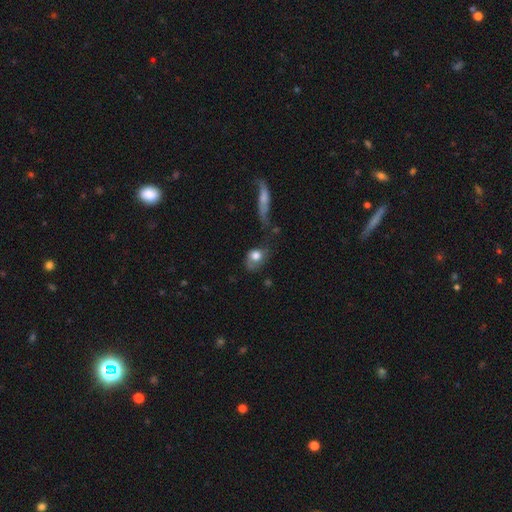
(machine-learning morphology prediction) Overall: smooth (73%). How rounded: in between (56%; round 42%). Merging: none (33%; major disturbance 28%).